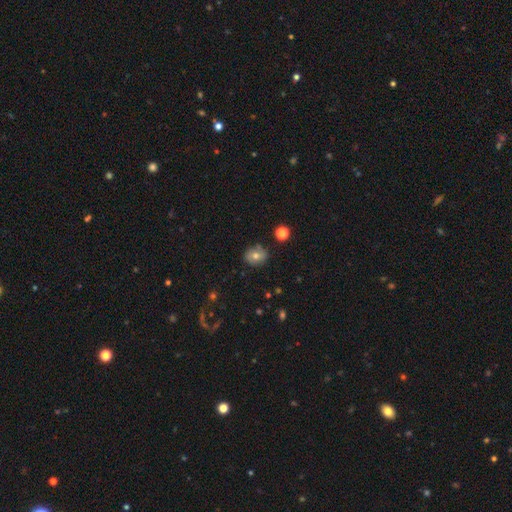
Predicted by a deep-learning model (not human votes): Smooth or featured? smooth (66%)
How rounded? round (60%)
Merging? none (80%)